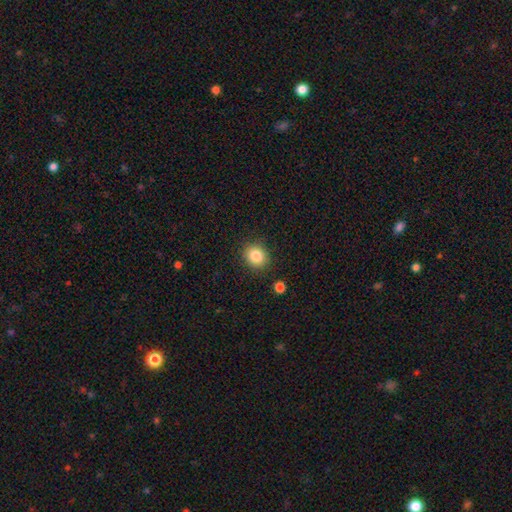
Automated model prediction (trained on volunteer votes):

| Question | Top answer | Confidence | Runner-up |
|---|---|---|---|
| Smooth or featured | smooth | 84% | star or artifact (10%) |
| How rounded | round | 78% | in between (21%) |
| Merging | none | 88% | minor disturbance (8%) |